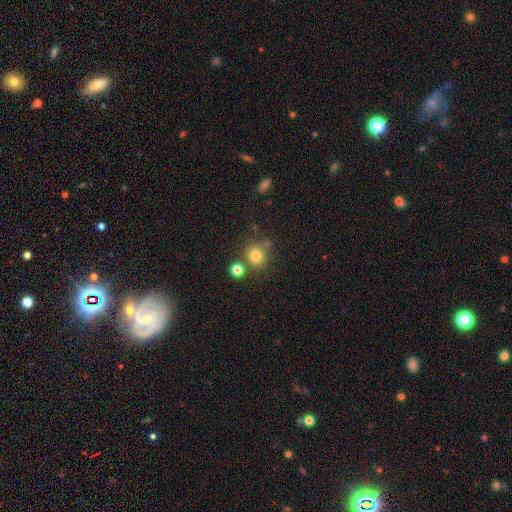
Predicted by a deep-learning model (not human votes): smooth-or-featured: smooth: 78% | star or artifact: 13% | featured or disk: 8%
  how-rounded: round: 88% | in between: 11% | cigar-shaped: 1%
  merging: none: 71% | merger: 16% | minor disturbance: 10% | major disturbance: 4%